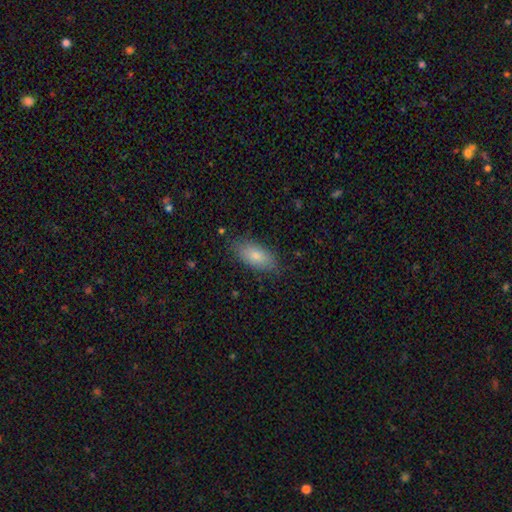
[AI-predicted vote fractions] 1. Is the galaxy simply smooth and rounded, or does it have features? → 82% smooth, 12% featured or disk, 7% star or artifact.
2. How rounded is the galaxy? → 88% in between, 9% cigar-shaped, 3% round.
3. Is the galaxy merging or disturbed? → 81% none, 14% minor disturbance, 3% major disturbance, 1% merger.